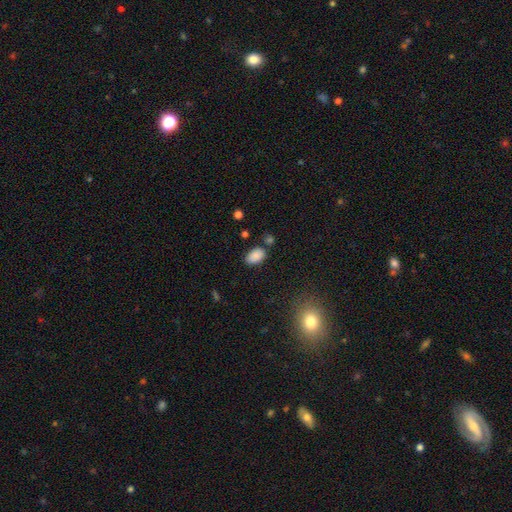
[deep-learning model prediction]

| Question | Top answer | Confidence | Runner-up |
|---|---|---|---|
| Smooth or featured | smooth | 86% | star or artifact (9%) |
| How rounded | in between | 90% | round (8%) |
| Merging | none | 72% | minor disturbance (17%) |